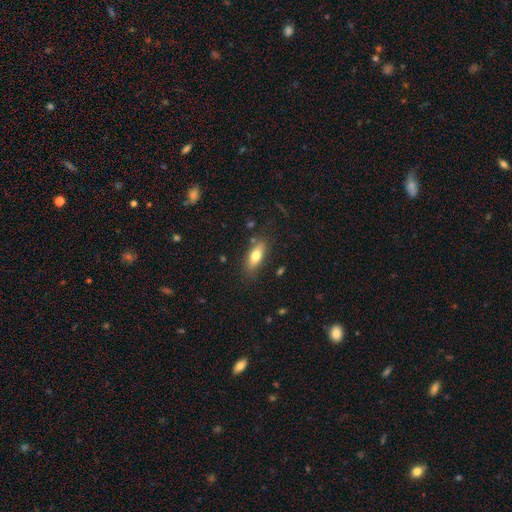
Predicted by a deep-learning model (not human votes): This is likely a smooth galaxy (71%). How rounded: likely in between (73%). Merging: likely none (79%).